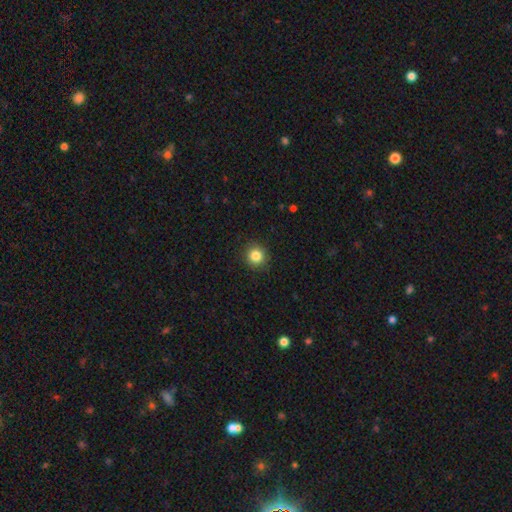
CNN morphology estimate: smooth_or_featured: smooth (p=0.84) [alt: star or artifact p=0.11]
how_rounded: round (p=0.92) [alt: in between p=0.07]
merging: none (p=0.90) [alt: minor disturbance p=0.07]